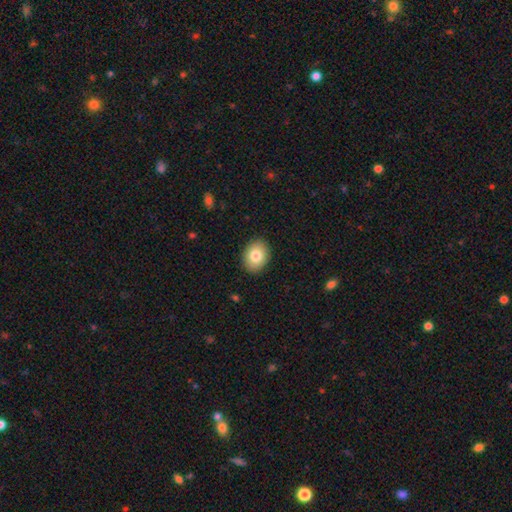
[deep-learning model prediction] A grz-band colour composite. It shows a smooth galaxy with no disk features (81%) that is in between round and cigar-shaped (64%). Merging: none (89%).